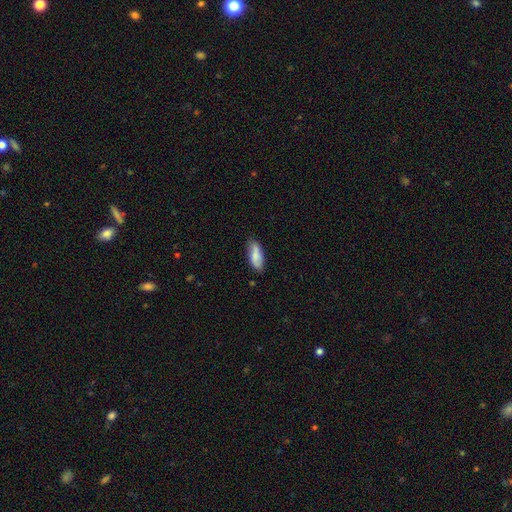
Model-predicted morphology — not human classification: A smooth galaxy with no disk features (76%) that is in between round and cigar-shaped (77%). Merging: none (77%).